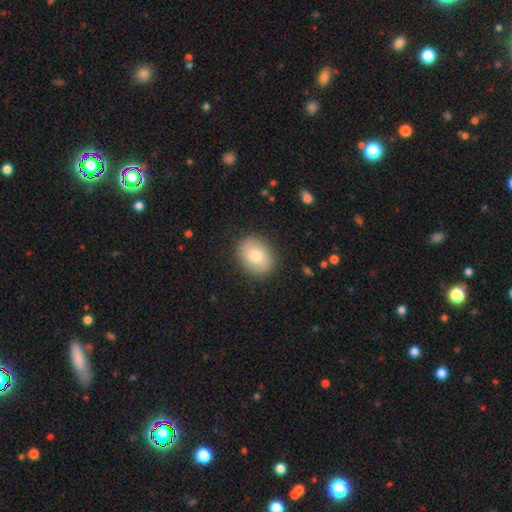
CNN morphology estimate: Smooth or featured: smooth — 78% (featured or disk — 15%)
How rounded: in between — 51% (round — 48%)
Merging: none — 88% (minor disturbance — 8%)